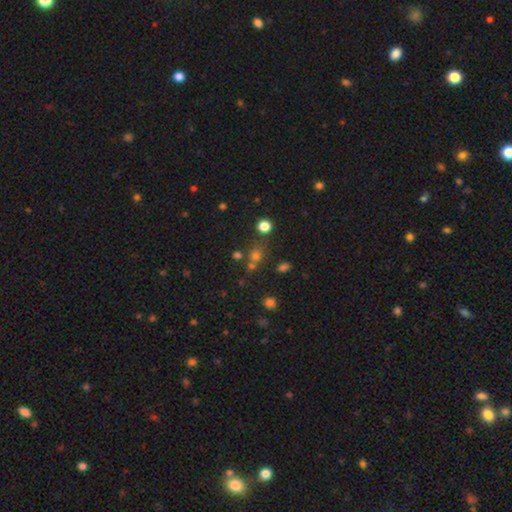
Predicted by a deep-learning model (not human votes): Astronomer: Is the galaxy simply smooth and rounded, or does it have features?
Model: smooth — 56% (runner-up: star or artifact, 34%).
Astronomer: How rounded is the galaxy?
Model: round — 82%.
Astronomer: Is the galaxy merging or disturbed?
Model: none — 65%.